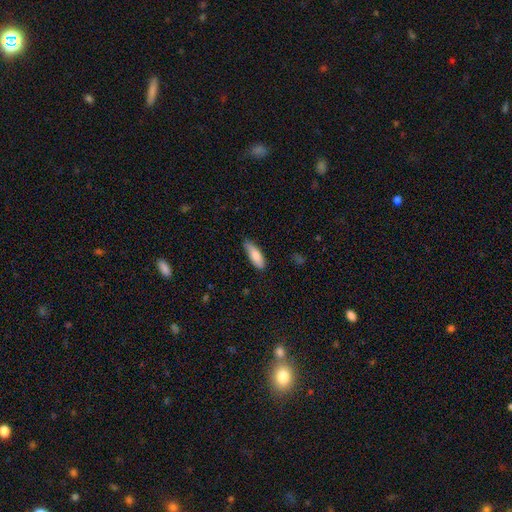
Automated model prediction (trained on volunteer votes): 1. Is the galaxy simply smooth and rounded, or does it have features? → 84% smooth, 11% featured or disk, 6% star or artifact.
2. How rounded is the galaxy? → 58% in between, 41% cigar-shaped, 2% round.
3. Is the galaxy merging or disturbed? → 73% none, 22% minor disturbance, 3% major disturbance, 1% merger.